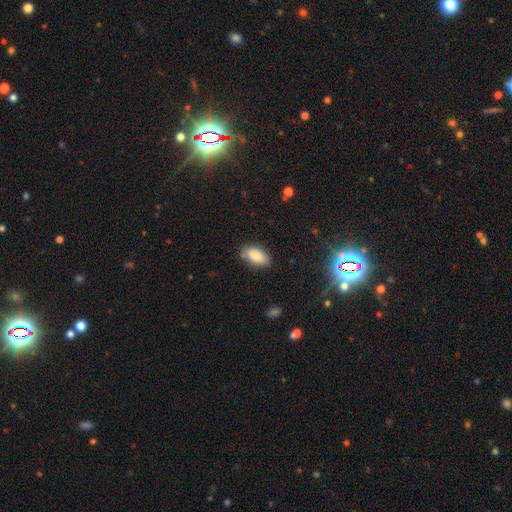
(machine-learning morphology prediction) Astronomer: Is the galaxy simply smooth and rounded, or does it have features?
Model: smooth — 82%.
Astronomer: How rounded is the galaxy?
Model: in between — 92%.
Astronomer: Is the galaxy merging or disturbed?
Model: none — 77%.